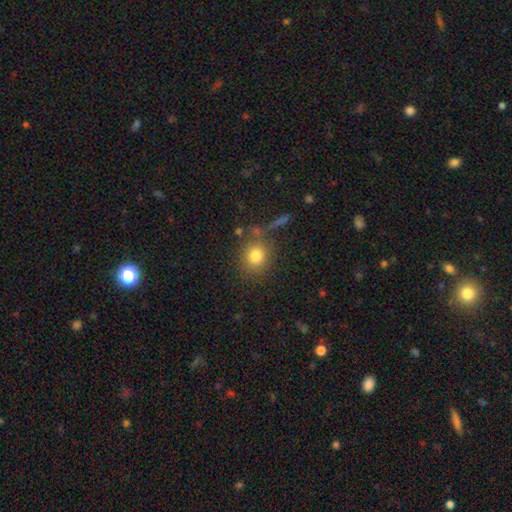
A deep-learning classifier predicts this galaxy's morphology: smooth-or-featured: smooth: 80% | star or artifact: 11% | featured or disk: 9%
  how-rounded: round: 84% | in between: 15% | cigar-shaped: 1%
  merging: none: 75% | minor disturbance: 11% | merger: 8% | major disturbance: 6%